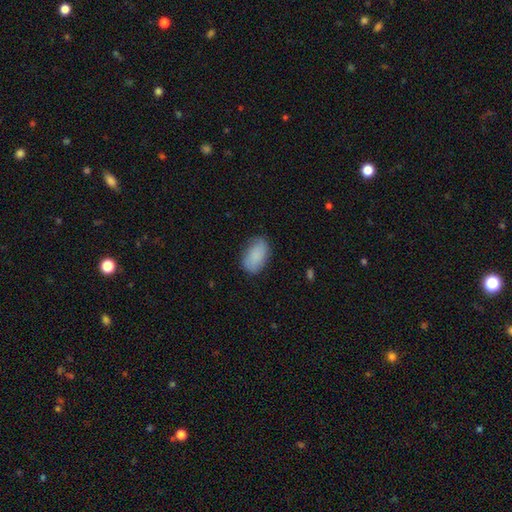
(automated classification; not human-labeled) Morphology: type=smooth (87%); roundness=in between (92%); merging=none (78%).